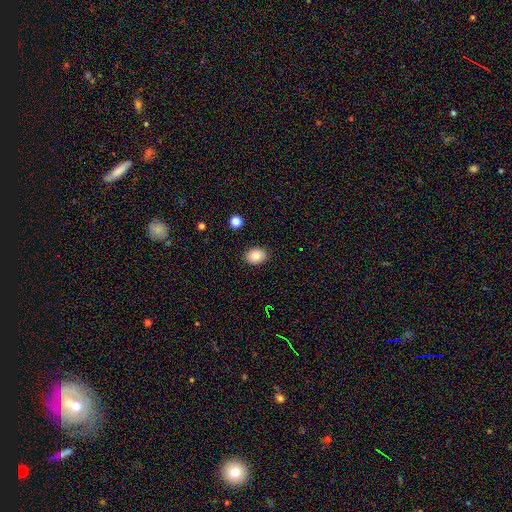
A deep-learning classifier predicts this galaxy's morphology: smooth 80%, featured or disk 10%, star or artifact 9%. Down the decision tree: how rounded — in between (58%); merging — none (89%).